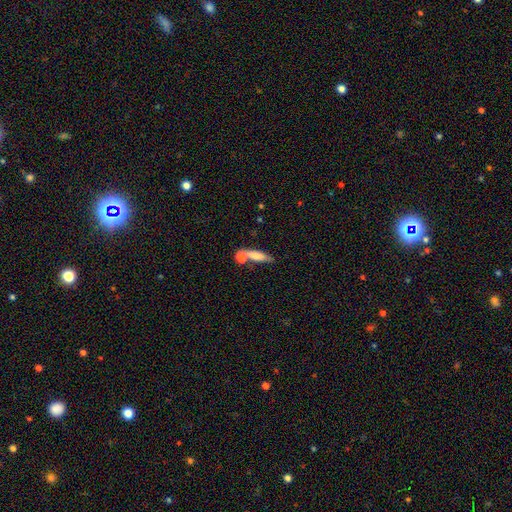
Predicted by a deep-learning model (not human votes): This is likely a smooth galaxy (70%). How rounded: possibly cigar-shaped (51%). Merging: possibly none (46%).